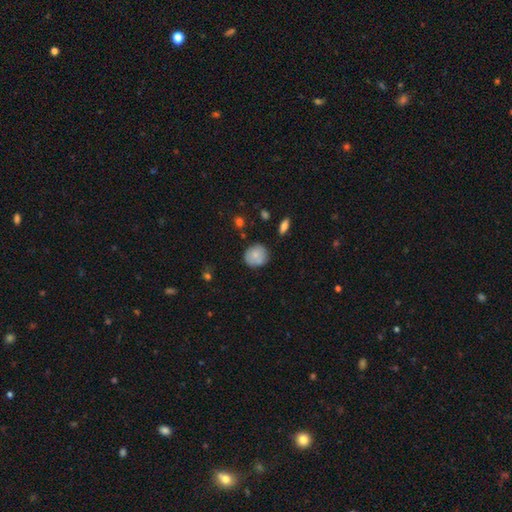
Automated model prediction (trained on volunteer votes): Smooth or featured? Predicted: smooth (p=0.77). How rounded? Predicted: round (p=0.85). Merging? Predicted: none (p=0.76).